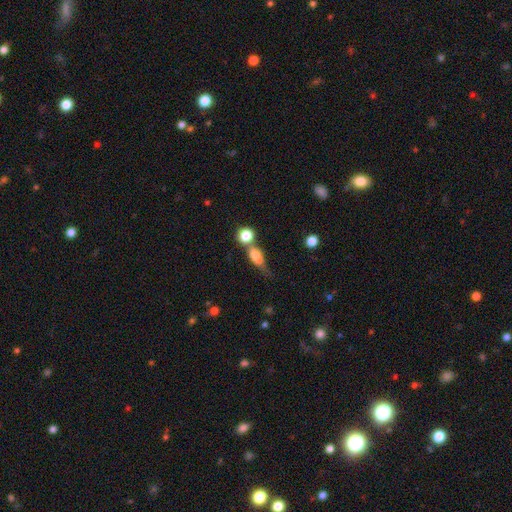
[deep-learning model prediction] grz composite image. It shows a smooth galaxy with no disk features (69%) that is in between round and cigar-shaped (49%). Merging: merger (44%).